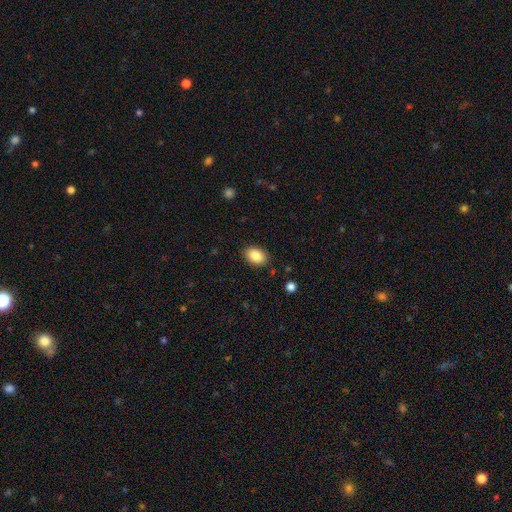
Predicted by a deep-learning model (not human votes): Overall: smooth (87%). How rounded: in between (76%). Merging: none (87%).